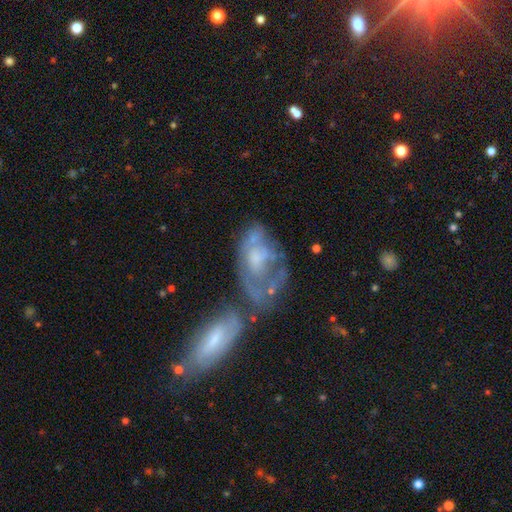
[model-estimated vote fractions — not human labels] Smooth or featured? Predicted: featured or disk (p=0.59). Edge-on disk? Predicted: no (p=0.96). Bar? Predicted: no (p=0.80). Spiral arms? Predicted: no (p=0.67). Bulge size? Predicted: none (p=0.38). Merging? Predicted: major disturbance (p=0.39).